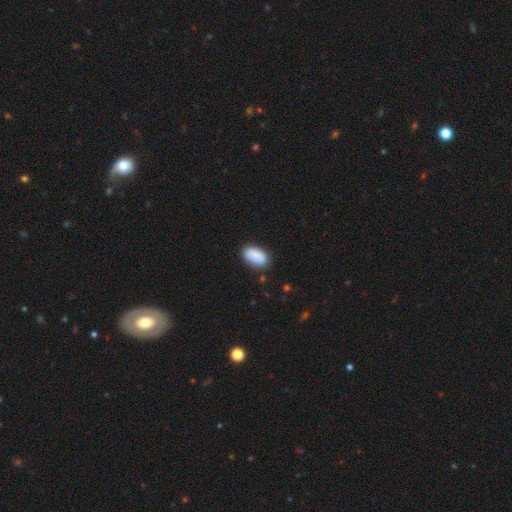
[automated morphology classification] type=smooth (84%); roundness=in between (93%); merging=none (78%).